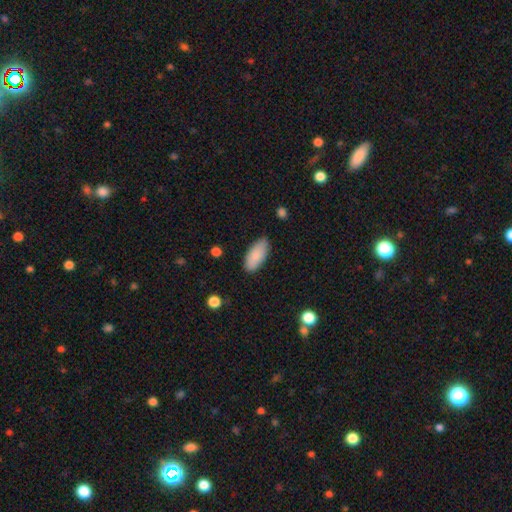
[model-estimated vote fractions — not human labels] A smooth galaxy with no disk features (87%) that is in between round and cigar-shaped (87%). Merging: none (83%).